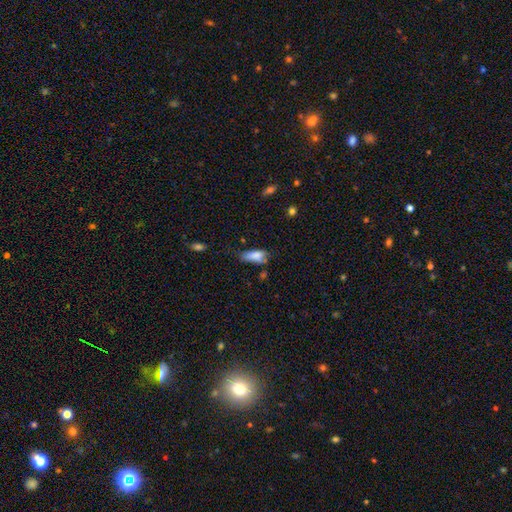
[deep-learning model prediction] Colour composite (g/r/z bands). It shows a smooth galaxy with no disk features (79%) that is in between round and cigar-shaped (75%). Merging: none (40%).